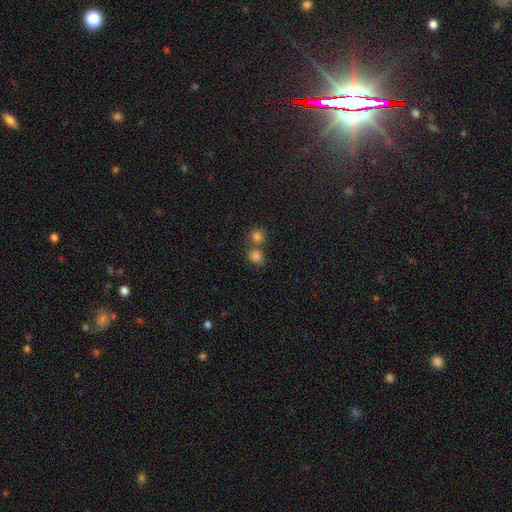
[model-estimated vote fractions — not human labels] Q: Smooth or featured?
A: smooth (80%); runner-up: star or artifact (14%)
Q: How rounded?
A: round (76%); runner-up: in between (23%)
Q: Merging?
A: none (49%); runner-up: merger (40%)